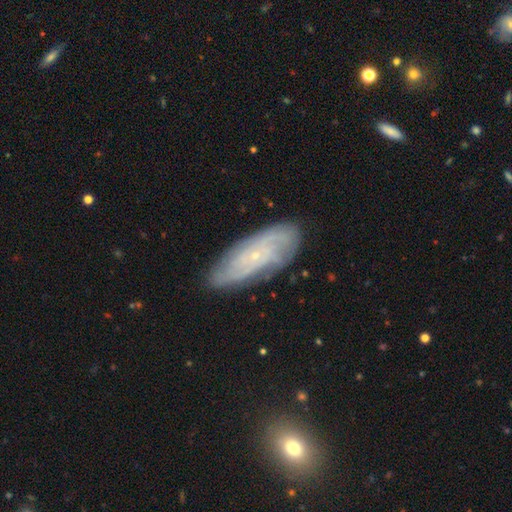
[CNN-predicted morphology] A featured or disk galaxy (73%) with no bar (76%), tight (64%) spiral arms (91%) and a small central bulge (87%).

Vote fractions:
- Smooth or featured? featured or disk: 73% / smooth: 19% / star or artifact: 7%
- Edge-on disk? no: 88% / yes: 12%
- Bar? no: 76% / weak: 20% / strong: 4%
- Spiral arms? yes: 91% / no: 9%
- Spiral winding? tight: 64% / medium: 28% / loose: 8%
- Spiral arm count? can't tell: 47% / 2: 17% / 4: 12% / 3: 12% / more than 4: 6% / 1: 5%
- Bulge size? small: 87% / moderate: 8% / none: 3% / large: 1% / dominant: 1%
- Merging? none: 80% / minor disturbance: 15% / major disturbance: 3% / merger: 1%